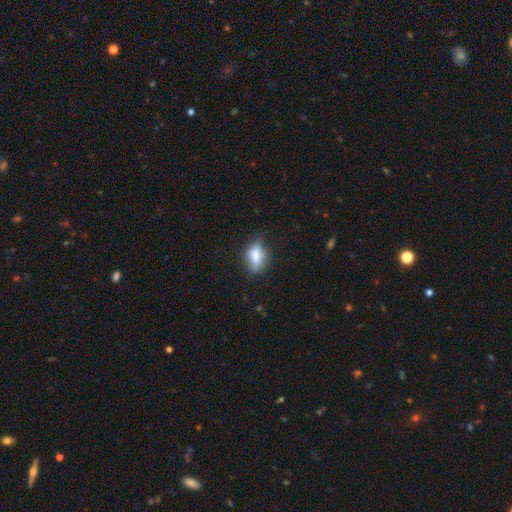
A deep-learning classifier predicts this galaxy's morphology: Smooth or featured? smooth (58%)
How rounded? in between (76%)
Merging? none (66%)